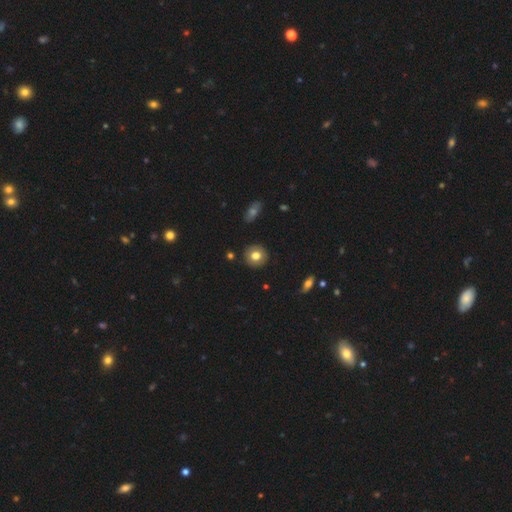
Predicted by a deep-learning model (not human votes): smooth-or-featured: smooth: 76% | featured or disk: 15% | star or artifact: 9%
  how-rounded: round: 89% | in between: 10% | cigar-shaped: 1%
  merging: none: 89% | minor disturbance: 7% | major disturbance: 2% | merger: 2%